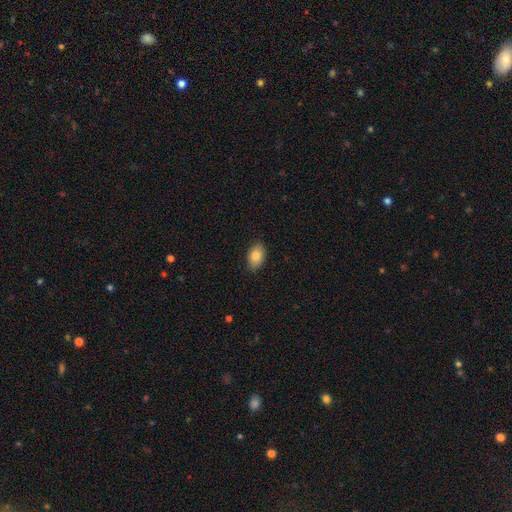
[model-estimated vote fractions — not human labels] A smooth galaxy with no disk features (83%) that is in between round and cigar-shaped (89%). Merging: none (86%).